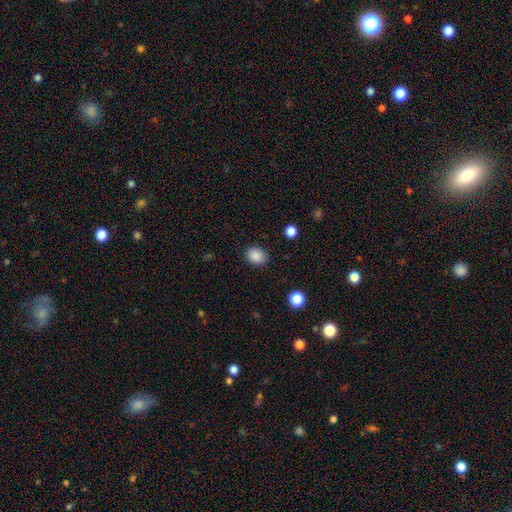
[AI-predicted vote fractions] smooth-or-featured: smooth: 88% | star or artifact: 9% | featured or disk: 3%
  how-rounded: in between: 52% | round: 47% | cigar-shaped: 1%
  merging: none: 84% | minor disturbance: 12% | major disturbance: 3% | merger: 1%